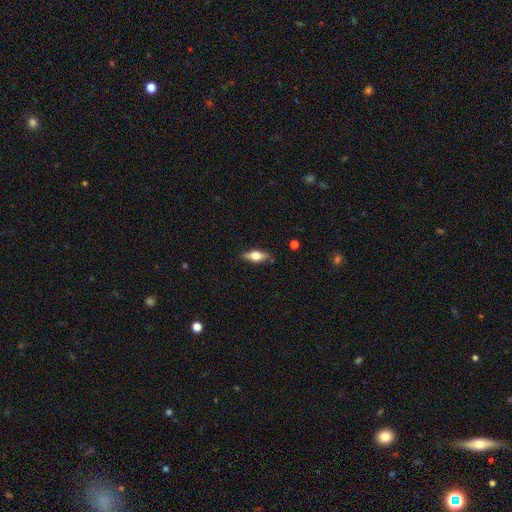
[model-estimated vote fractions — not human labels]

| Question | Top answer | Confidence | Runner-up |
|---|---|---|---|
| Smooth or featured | smooth | 49% | featured or disk (44%) |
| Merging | none | 83% | minor disturbance (12%) |